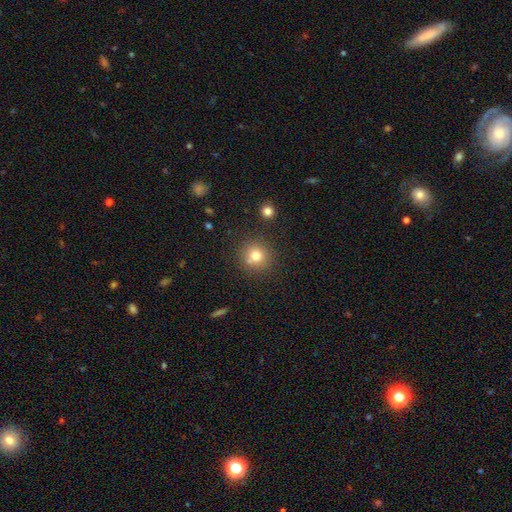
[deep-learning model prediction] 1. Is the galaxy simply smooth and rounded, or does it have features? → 76% smooth, 14% star or artifact, 10% featured or disk.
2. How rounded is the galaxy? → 92% round, 7% in between, 1% cigar-shaped.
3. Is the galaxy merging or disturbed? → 78% none, 10% merger, 9% minor disturbance, 3% major disturbance.